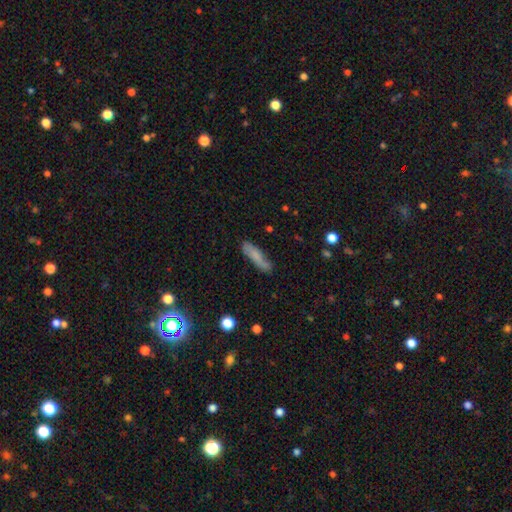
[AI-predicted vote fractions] smooth 72%, featured or disk 20%, star or artifact 8%. Down the decision tree: how rounded — cigar-shaped (71%); merging — none (75%).